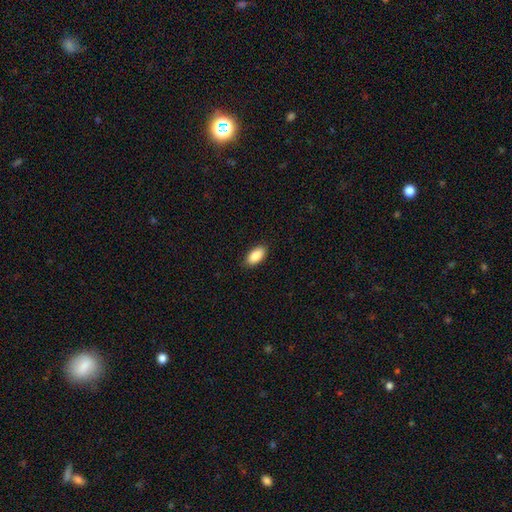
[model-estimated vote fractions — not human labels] Smooth or featured?
  - smooth: 89% *
  - star or artifact: 6%
  - featured or disk: 5%
How rounded?
  - in between: 94% *
  - cigar-shaped: 4%
  - round: 3%
Merging?
  - none: 87% *
  - minor disturbance: 10%
  - major disturbance: 2%
  - merger: 1%